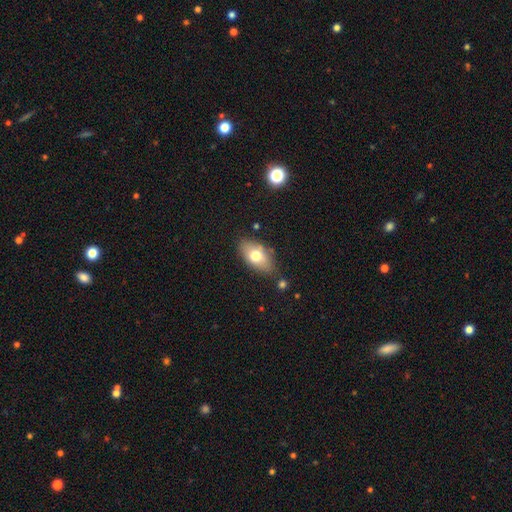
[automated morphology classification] smooth 71%, featured or disk 21%, star or artifact 8%. Down the decision tree: how rounded — in between (91%); merging — none (75%).